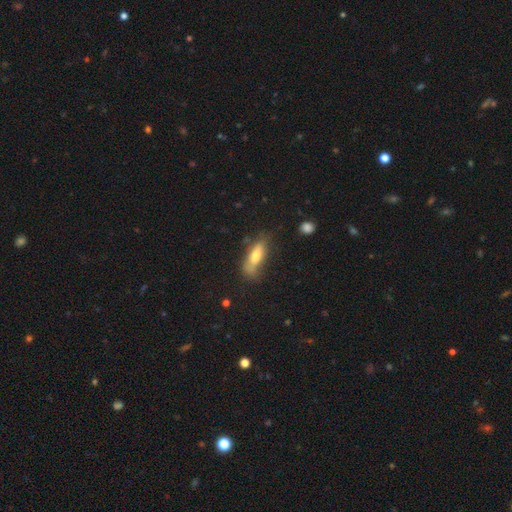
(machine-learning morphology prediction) smooth-or-featured: smooth: 70% | featured or disk: 23% | star or artifact: 7%
  how-rounded: in between: 59% | cigar-shaped: 38% | round: 3%
  merging: none: 58% | minor disturbance: 26% | major disturbance: 11% | merger: 5%